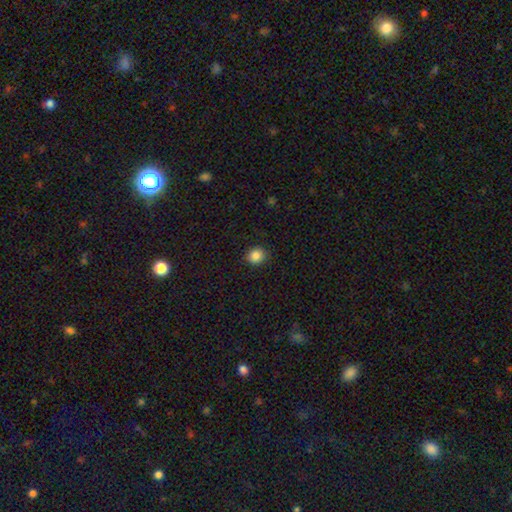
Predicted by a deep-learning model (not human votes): Smooth or featured?
  - smooth: 86% *
  - star or artifact: 10%
  - featured or disk: 4%
How rounded?
  - round: 81% *
  - in between: 18%
  - cigar-shaped: 1%
Merging?
  - none: 89% *
  - minor disturbance: 8%
  - major disturbance: 2%
  - merger: 1%